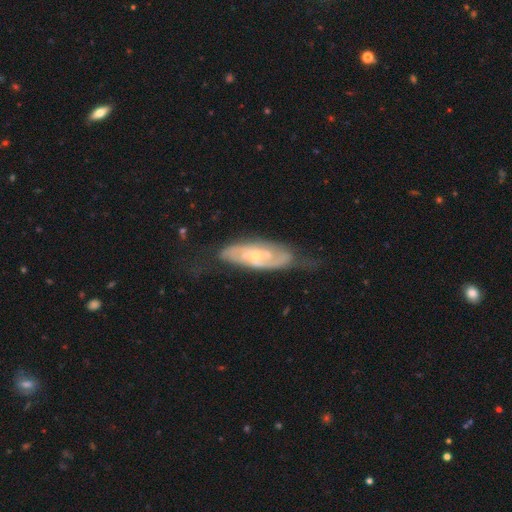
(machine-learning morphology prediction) Smooth or featured? featured or disk (79%)
Edge-on disk? no (88%)
Bar? no (53%)
Spiral arms? yes (88%)
Spiral winding? tight (49%)
Spiral arm count? 2 (59%)
Bulge size? small (65%)
Merging? none (57%)